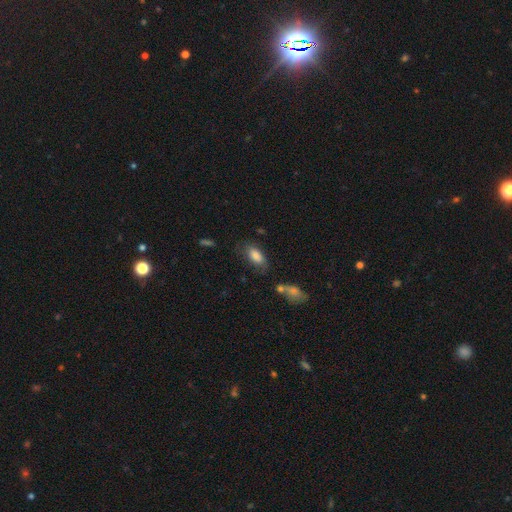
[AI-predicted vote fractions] Q: Smooth or featured?
A: smooth (83%); runner-up: featured or disk (10%)
Q: How rounded?
A: in between (91%); runner-up: cigar-shaped (6%)
Q: Merging?
A: none (67%); runner-up: minor disturbance (21%)